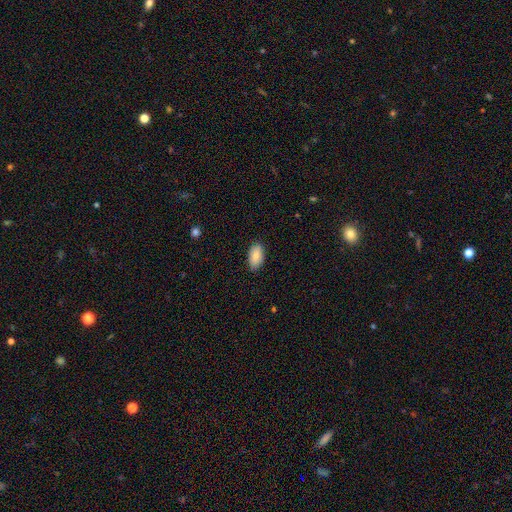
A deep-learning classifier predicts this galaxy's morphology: This is clearly a smooth galaxy (87%). How rounded: clearly in between (94%). Merging: clearly none (87%).